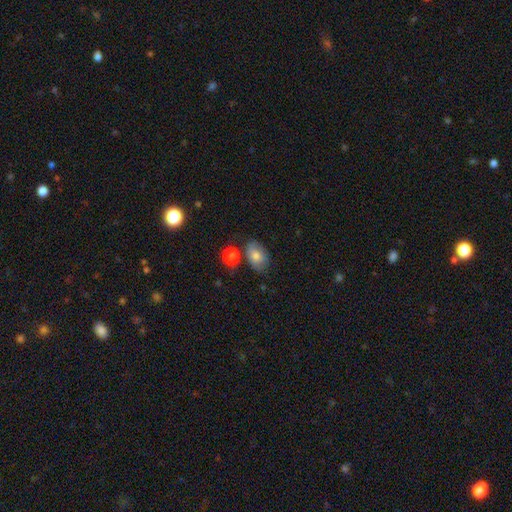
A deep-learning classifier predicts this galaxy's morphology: smooth-or-featured: smooth: 73% | featured or disk: 17% | star or artifact: 10%
  how-rounded: in between: 82% | round: 17% | cigar-shaped: 1%
  merging: none: 70% | minor disturbance: 19% | merger: 7% | major disturbance: 5%